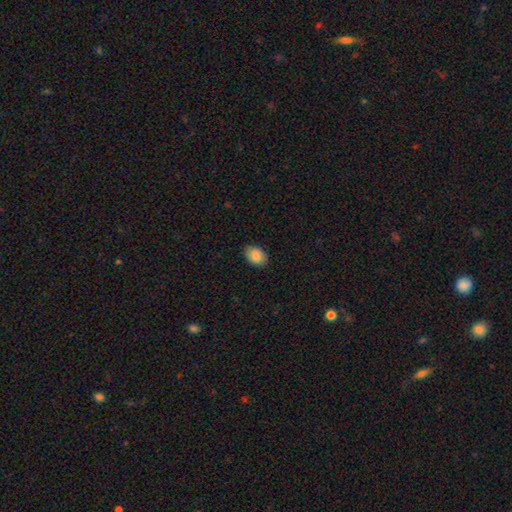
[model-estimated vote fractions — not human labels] This is clearly a smooth galaxy (86%). How rounded: clearly in between (82%). Merging: clearly none (87%).